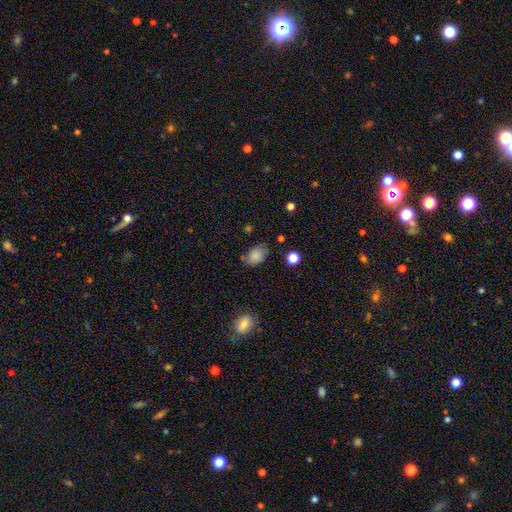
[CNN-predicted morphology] Q: Smooth or featured?
A: smooth (84%); runner-up: star or artifact (9%)
Q: How rounded?
A: in between (79%); runner-up: round (20%)
Q: Merging?
A: none (69%); runner-up: minor disturbance (22%)